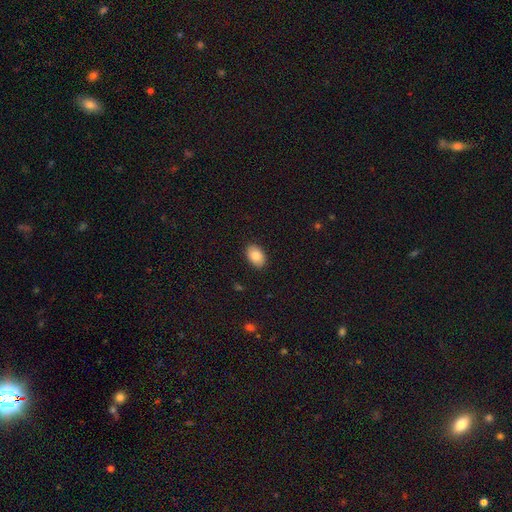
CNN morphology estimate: smooth 84%, featured or disk 9%, star or artifact 7%. Down the decision tree: how rounded — in between (88%); merging — none (89%).